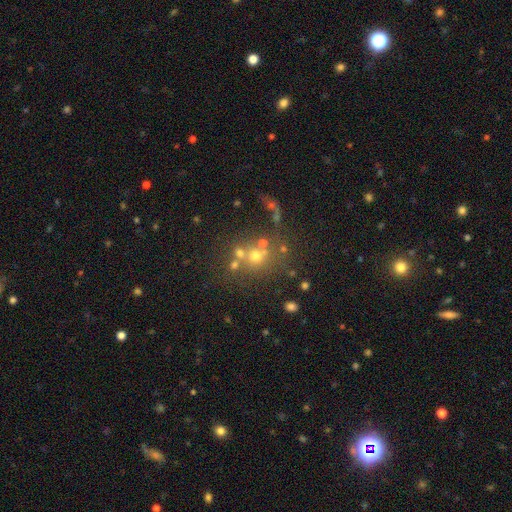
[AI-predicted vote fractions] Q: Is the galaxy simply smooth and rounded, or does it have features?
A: smooth — 51%.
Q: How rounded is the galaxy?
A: round — 81%.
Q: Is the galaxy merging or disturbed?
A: none — 52%.